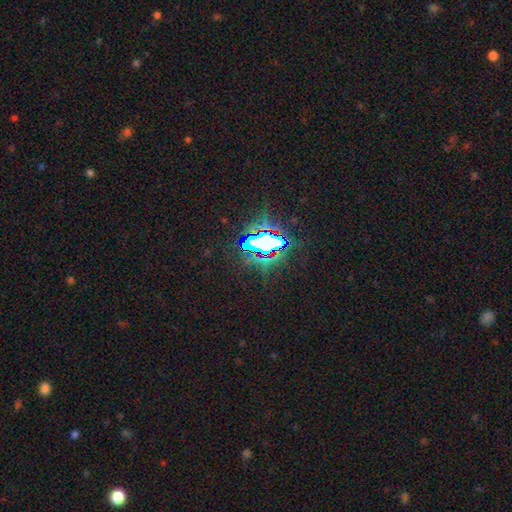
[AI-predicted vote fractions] Smooth or featured? star or artifact (83%)